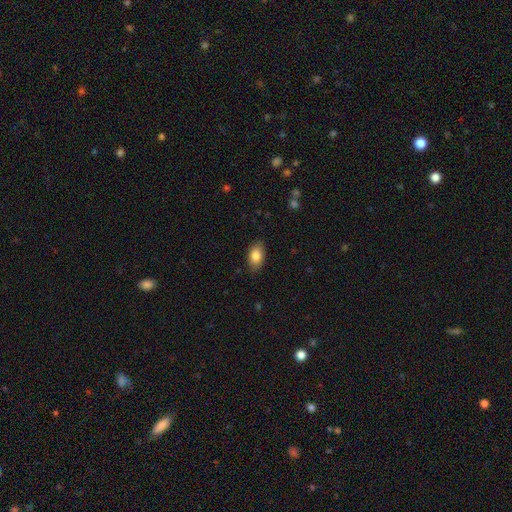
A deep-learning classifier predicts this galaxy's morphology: A smooth galaxy with no disk features (84%) that is in between round and cigar-shaped (90%). Merging: none (84%).